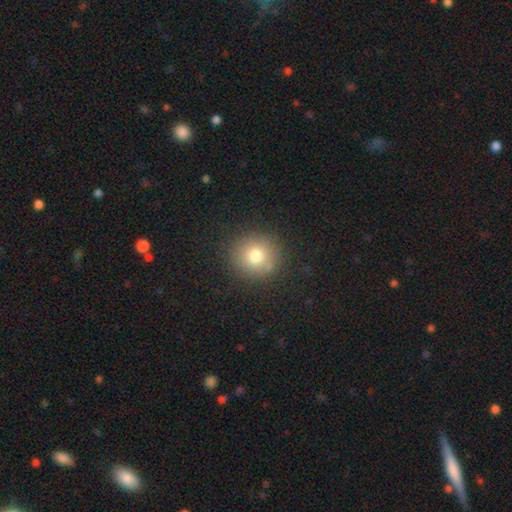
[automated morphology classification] Smooth or featured? Predicted: smooth (p=0.76). How rounded? Predicted: round (p=0.92). Merging? Predicted: none (p=0.85).